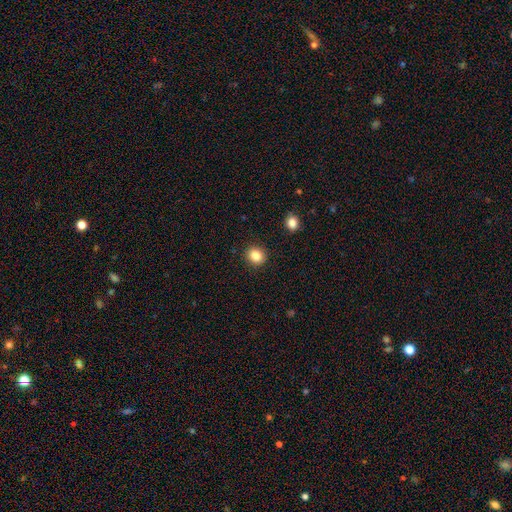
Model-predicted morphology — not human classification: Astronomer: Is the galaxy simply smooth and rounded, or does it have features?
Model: smooth — 85%.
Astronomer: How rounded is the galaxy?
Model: round — 77%.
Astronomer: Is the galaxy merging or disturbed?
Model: none — 90%.